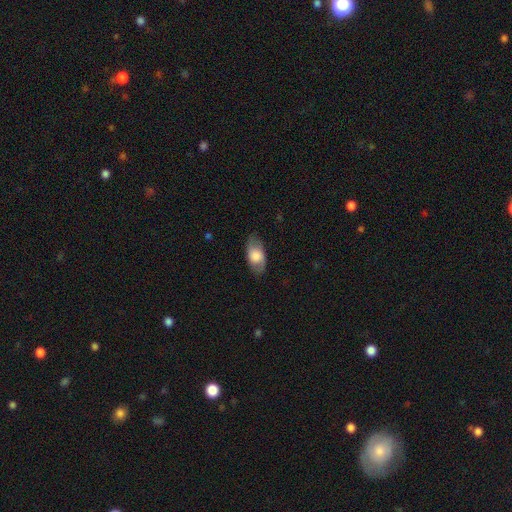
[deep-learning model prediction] smooth-or-featured: smooth: 67% | featured or disk: 27% | star or artifact: 6%
  how-rounded: in between: 90% | round: 6% | cigar-shaped: 4%
  merging: none: 79% | minor disturbance: 16% | major disturbance: 5% | merger: 1%